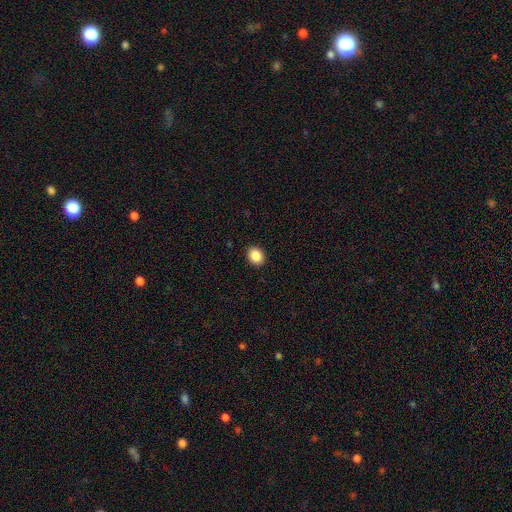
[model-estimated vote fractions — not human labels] Overall: smooth (88%). How rounded: round (53%; in between 46%). Merging: none (91%).